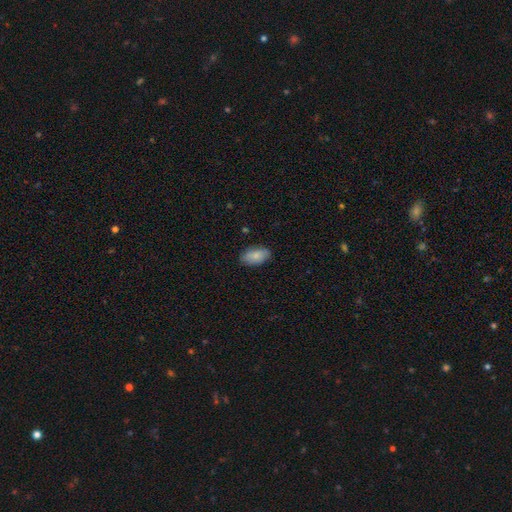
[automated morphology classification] type=smooth (83%); roundness=in between (94%); merging=none (84%).